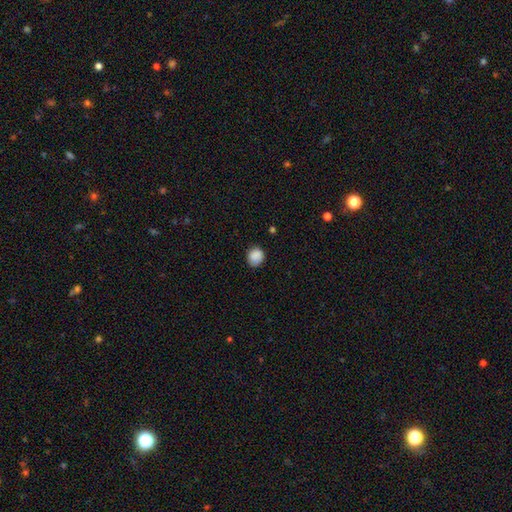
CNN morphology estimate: smooth_or_featured: smooth (p=0.87) [alt: star or artifact p=0.08]
how_rounded: round (p=0.74) [alt: in between p=0.25]
merging: none (p=0.76) [alt: minor disturbance p=0.19]